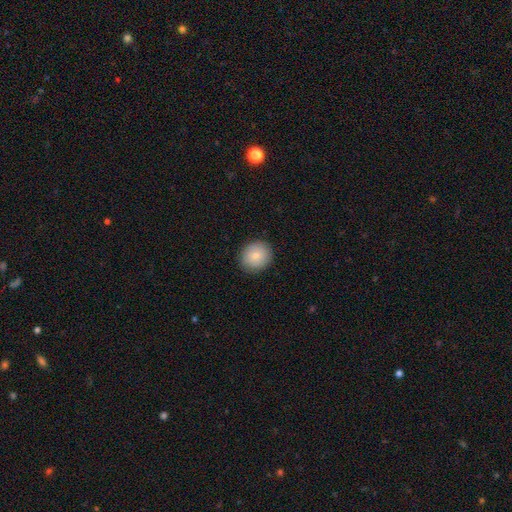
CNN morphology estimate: The model was most divided on "how rounded": round: 81%, in between: 18%, cigar-shaped: 1%. More confident: merging — none (89%); smooth or featured — smooth (81%).